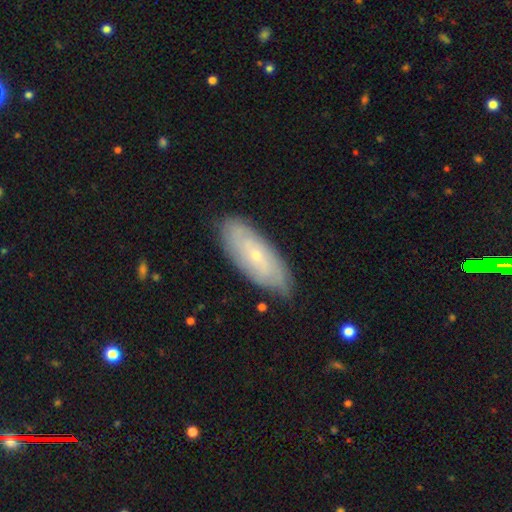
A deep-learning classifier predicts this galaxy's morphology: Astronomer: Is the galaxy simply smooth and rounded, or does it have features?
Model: featured or disk — 60%.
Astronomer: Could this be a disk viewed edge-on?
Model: no — 85%.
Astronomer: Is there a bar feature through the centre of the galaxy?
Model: no — 73%.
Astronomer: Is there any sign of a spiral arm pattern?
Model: yes — 77%.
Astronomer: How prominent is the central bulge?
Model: small — 79%.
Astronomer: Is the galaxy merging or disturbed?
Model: none — 80%.